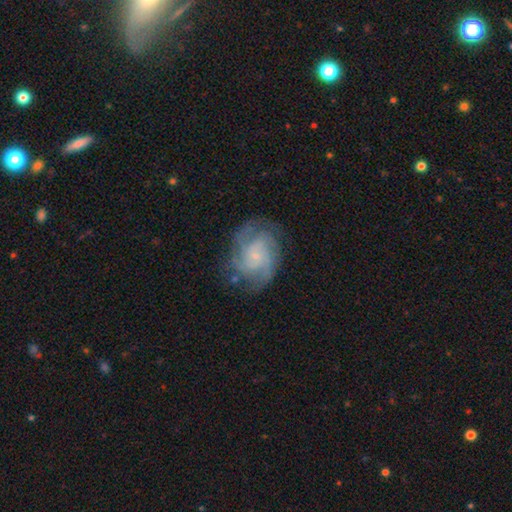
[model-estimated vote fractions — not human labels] This is clearly a featured or disk galaxy (83%). It is clearly not viewed edge-on (98%). Bar: likely no (72%). Spiral arm pattern: clearly yes (96%). Spiral arm count: marginally 3 (28%). Spiral winding: possibly tight (48%). Central bulge: likely small (79%). Merging: likely none (72%).